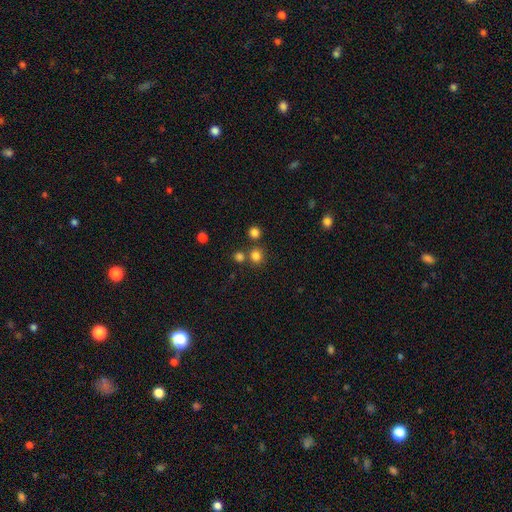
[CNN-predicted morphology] smooth-or-featured: smooth: 78% | star or artifact: 16% | featured or disk: 5%
  how-rounded: round: 86% | in between: 13% | cigar-shaped: 1%
  merging: none: 70% | merger: 19% | minor disturbance: 7% | major disturbance: 3%